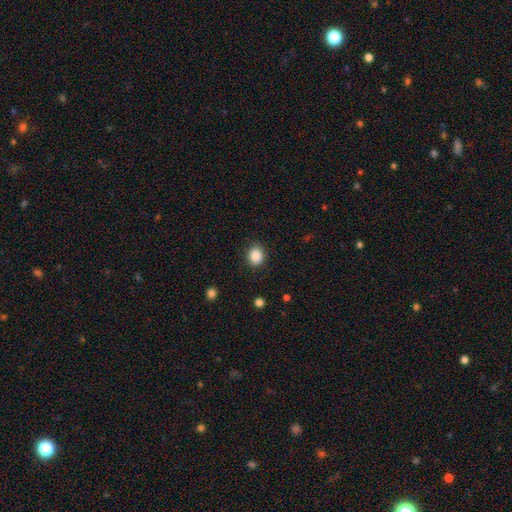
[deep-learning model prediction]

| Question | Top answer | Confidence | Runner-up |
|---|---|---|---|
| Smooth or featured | smooth | 87% | star or artifact (9%) |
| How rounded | round | 69% | in between (30%) |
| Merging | none | 86% | minor disturbance (10%) |